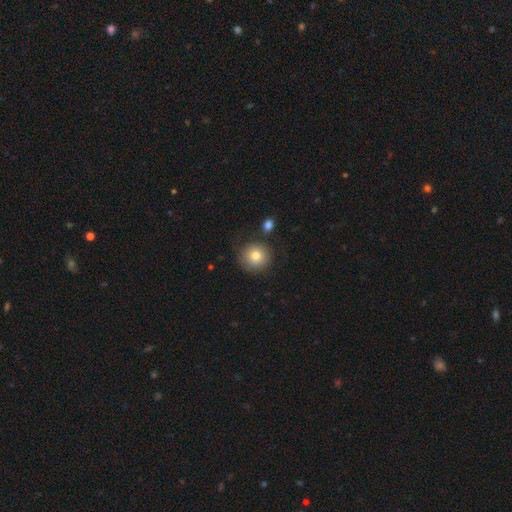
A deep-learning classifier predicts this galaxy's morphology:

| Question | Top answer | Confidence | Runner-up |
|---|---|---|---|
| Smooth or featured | smooth | 79% | featured or disk (11%) |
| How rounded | round | 91% | in between (8%) |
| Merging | none | 78% | minor disturbance (13%) |